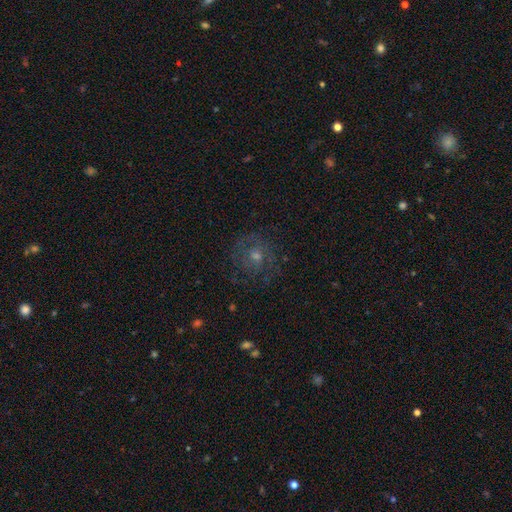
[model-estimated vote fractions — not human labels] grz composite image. It shows a featured or disk galaxy (56%) with no bar (72%), spiral arms (73%) and a moderate central bulge (52%). Merging: none (73%).